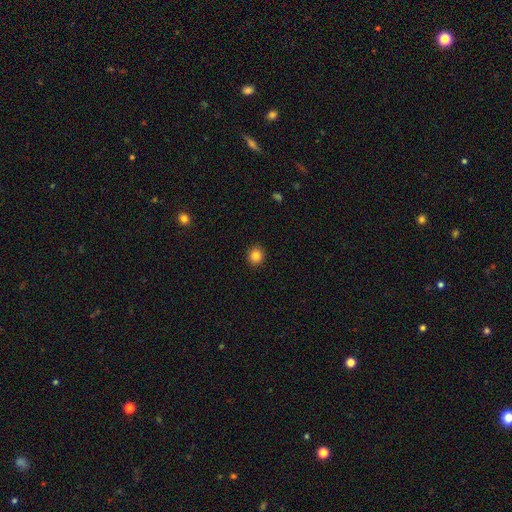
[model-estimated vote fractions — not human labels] Smooth or featured? Predicted: smooth (p=0.86). How rounded? Predicted: round (p=0.85). Merging? Predicted: none (p=0.91).